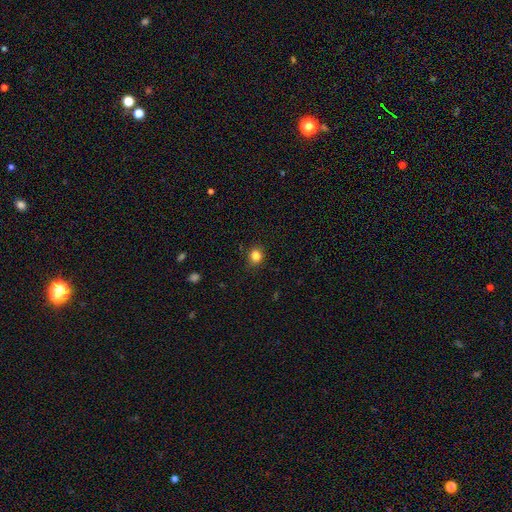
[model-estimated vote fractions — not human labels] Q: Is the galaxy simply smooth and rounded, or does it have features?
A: smooth — 84%.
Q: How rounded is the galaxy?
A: round — 72%.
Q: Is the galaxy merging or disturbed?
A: none — 85%.